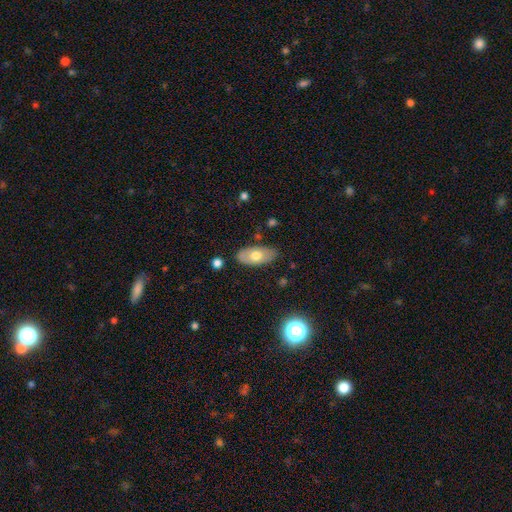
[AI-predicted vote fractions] The model was most divided on "smooth or featured": smooth: 61%, featured or disk: 32%, star or artifact: 6%. More confident: how rounded — in between (92%); merging — none (82%).